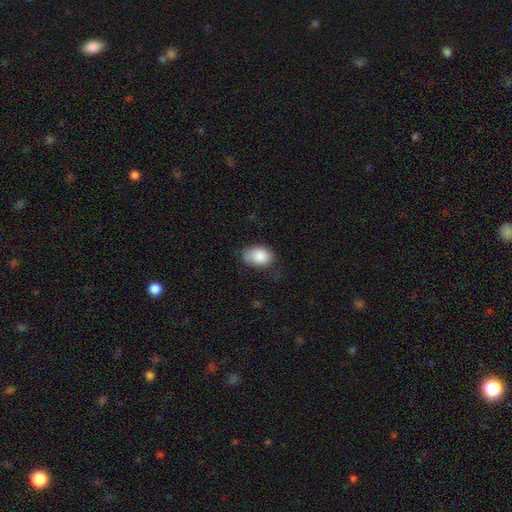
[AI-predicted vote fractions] Morphology: type=smooth (87%); roundness=in between (79%); merging=none (53%).